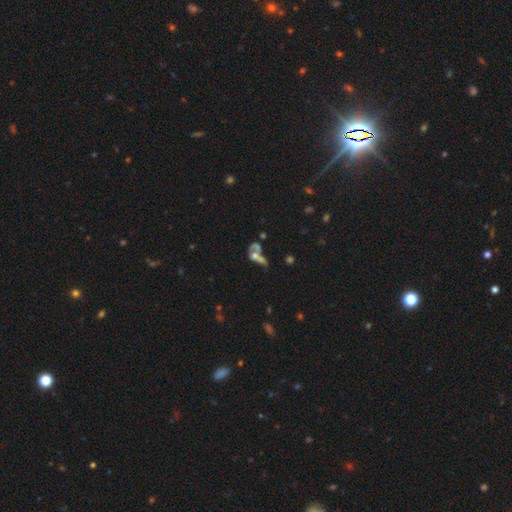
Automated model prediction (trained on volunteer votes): smooth-or-featured: featured or disk: 43% | smooth: 40% | star or artifact: 16%
  merging: merger: 57% | none: 18% | major disturbance: 17% | minor disturbance: 9%